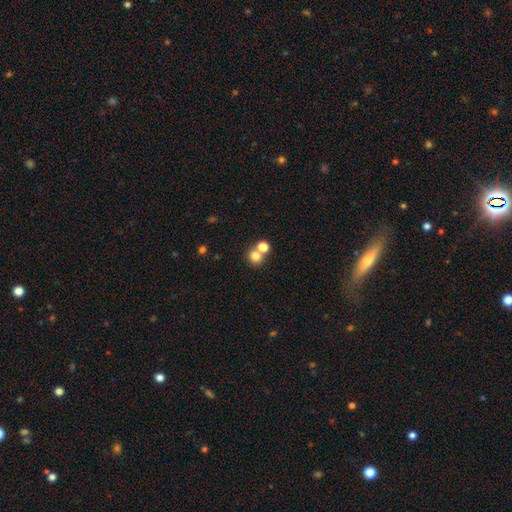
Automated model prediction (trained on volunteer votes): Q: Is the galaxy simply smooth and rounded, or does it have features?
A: smooth — 76%.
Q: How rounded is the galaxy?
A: round — 82%.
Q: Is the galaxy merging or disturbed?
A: none — 48%.